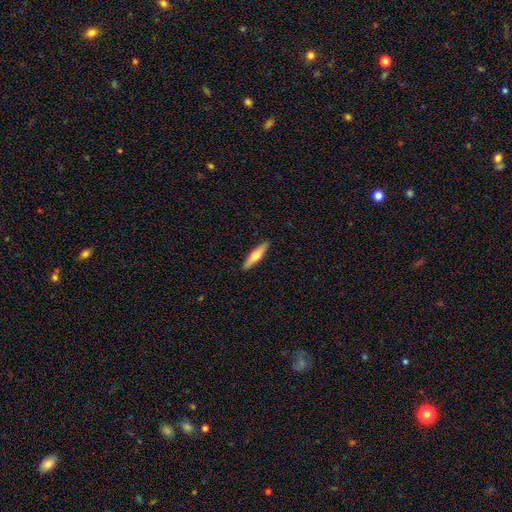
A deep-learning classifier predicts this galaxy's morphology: Smooth or featured?
  - smooth: 50% *
  - featured or disk: 45%
  - star or artifact: 5%
Merging?
  - none: 91% *
  - minor disturbance: 7%
  - major disturbance: 1%
  - merger: 1%